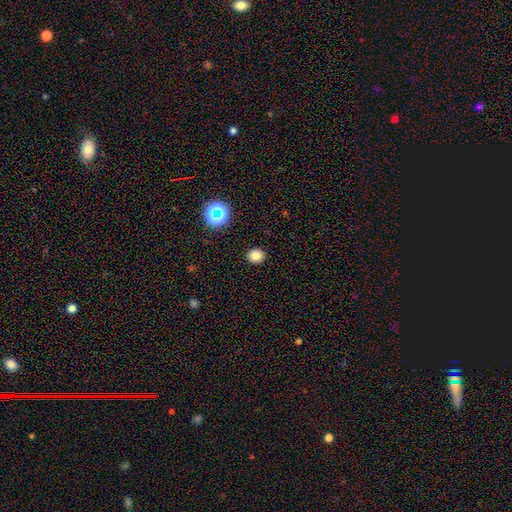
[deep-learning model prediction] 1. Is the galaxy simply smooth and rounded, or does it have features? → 79% smooth, 15% star or artifact, 6% featured or disk.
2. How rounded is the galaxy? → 74% round, 25% in between, 1% cigar-shaped.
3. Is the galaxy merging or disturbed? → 91% none, 6% minor disturbance, 2% major disturbance, 1% merger.